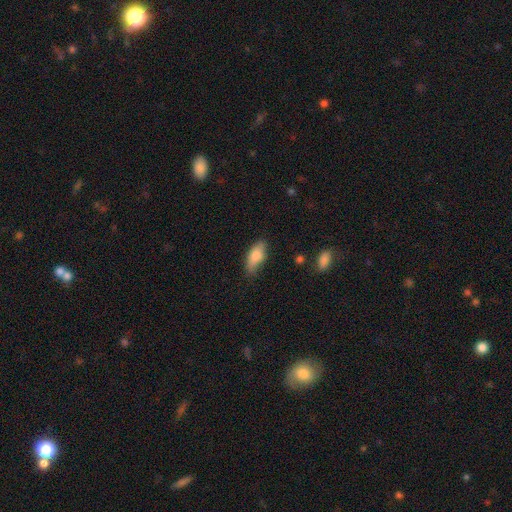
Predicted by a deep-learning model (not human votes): A smooth galaxy with no disk features (78%) that is in between round and cigar-shaped (79%). Merging: none (65%).